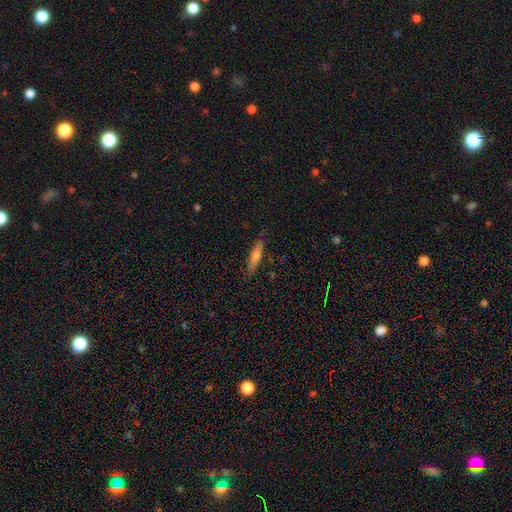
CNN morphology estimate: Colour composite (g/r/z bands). It shows a smooth galaxy with no disk features (61%) that is cigar-shaped (86%). Merging: none (84%).